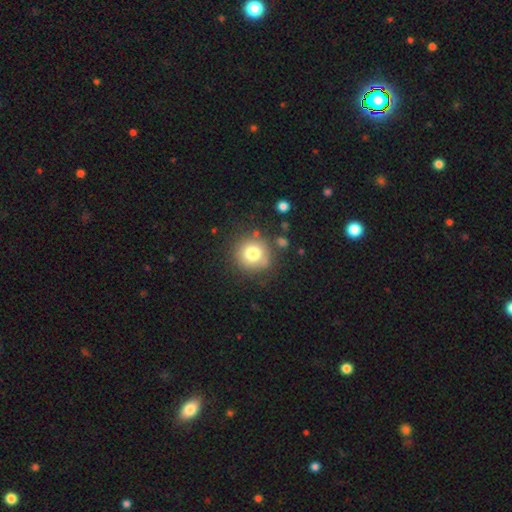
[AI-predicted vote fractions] The model was most divided on "smooth or featured": smooth: 76%, star or artifact: 13%, featured or disk: 11%. More confident: how rounded — round (93%); merging — none (83%).